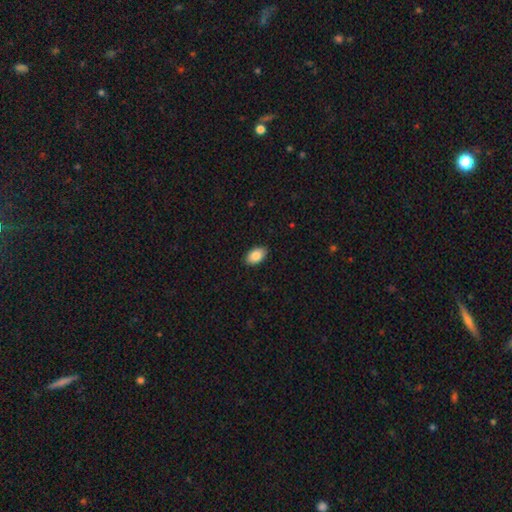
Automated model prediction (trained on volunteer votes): Morphology: type=smooth (86%); roundness=in between (92%); merging=none (89%).